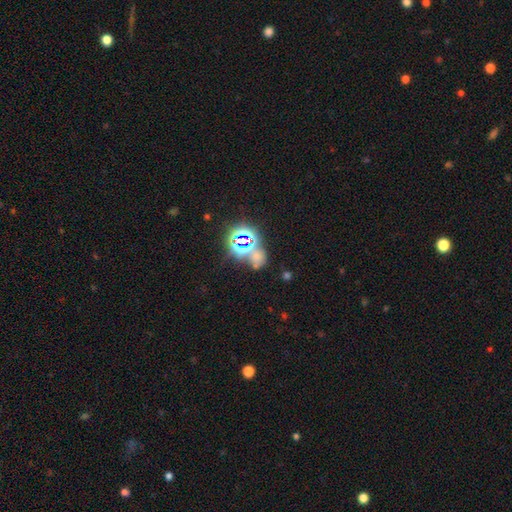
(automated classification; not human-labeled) A star or artifact, not a galaxy (58%).

Vote fractions:
- Smooth or featured? star or artifact: 58% / smooth: 33% / featured or disk: 9%